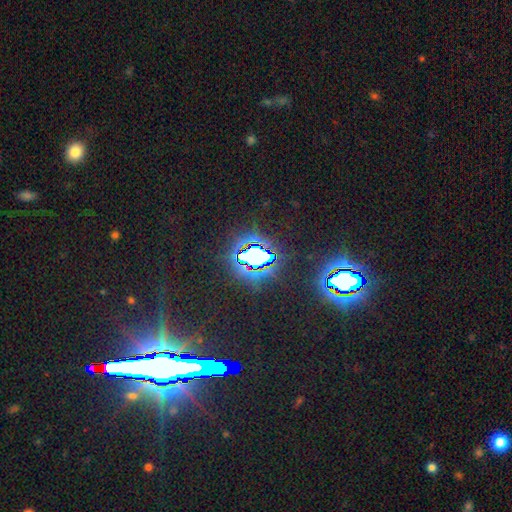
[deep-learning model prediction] Smooth or featured? Predicted: star or artifact (p=0.76).